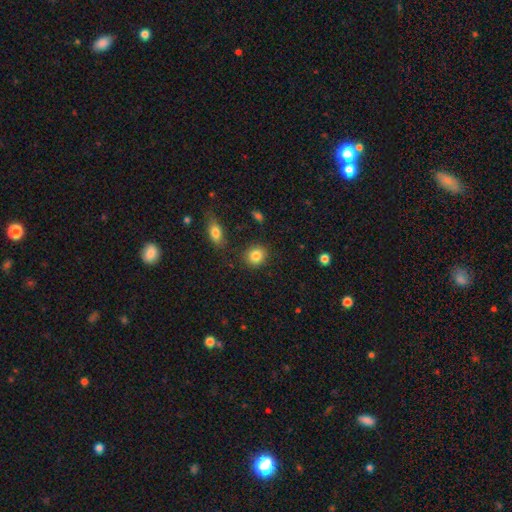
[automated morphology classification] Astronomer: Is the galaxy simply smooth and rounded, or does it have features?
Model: smooth — 85%.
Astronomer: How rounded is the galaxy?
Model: round — 80%.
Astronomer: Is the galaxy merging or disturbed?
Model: none — 87%.